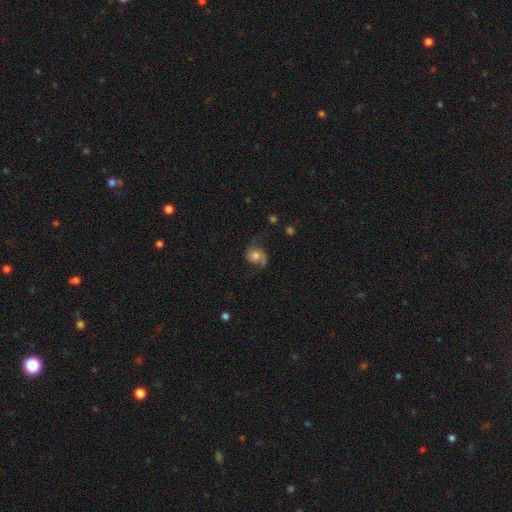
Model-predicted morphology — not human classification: This appears to be a featured or disk galaxy (58%) with no bar (77%), spiral arms (88%) and a moderate central bulge (61%). Merging: none (53%).